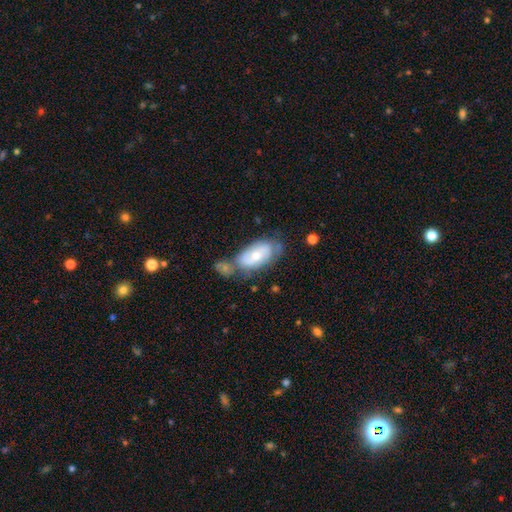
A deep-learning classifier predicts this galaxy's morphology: A featured or disk galaxy (50%).

Vote fractions:
- Smooth or featured? featured or disk: 50% / smooth: 44% / star or artifact: 6%
- Merging? none: 41% / merger: 28% / minor disturbance: 22% / major disturbance: 10%